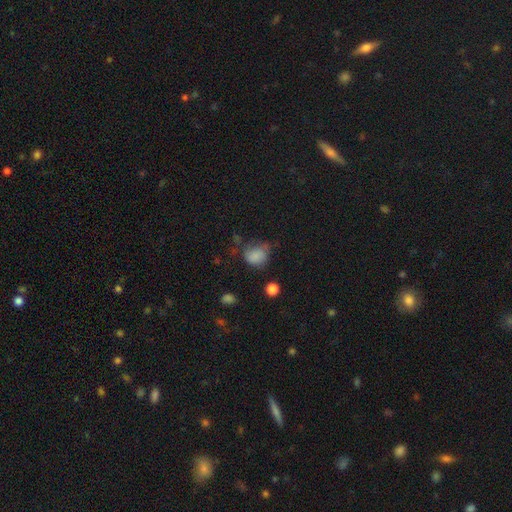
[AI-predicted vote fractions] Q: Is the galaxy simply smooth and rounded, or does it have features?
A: smooth — 78%.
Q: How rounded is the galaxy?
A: round — 57%.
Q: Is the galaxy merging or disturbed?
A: none — 42%.